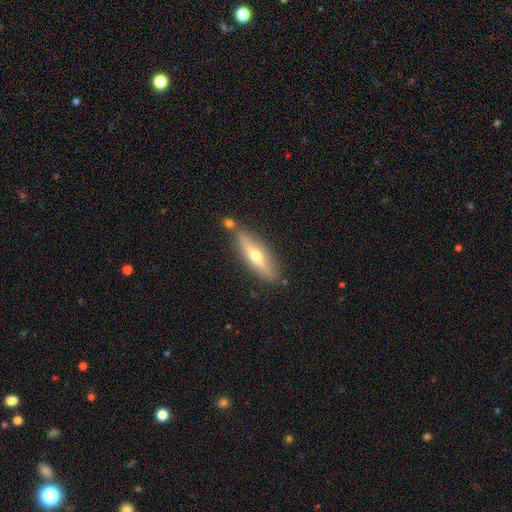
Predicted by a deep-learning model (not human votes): Q: Smooth or featured?
A: featured or disk (61%); runner-up: smooth (33%)
Q: Edge-on disk?
A: yes (91%); runner-up: no (9%)
Q: Edge-on bulge?
A: rounded (92%); runner-up: none (5%)
Q: Merging?
A: none (78%); runner-up: minor disturbance (12%)